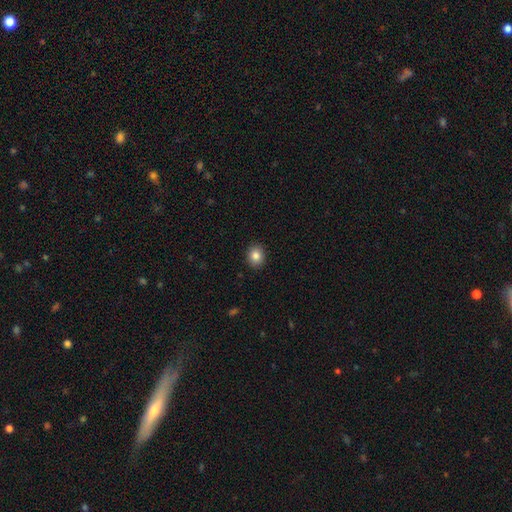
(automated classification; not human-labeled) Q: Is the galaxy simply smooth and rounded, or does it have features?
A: smooth — 85%.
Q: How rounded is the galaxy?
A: round — 60%.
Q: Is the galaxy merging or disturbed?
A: none — 91%.